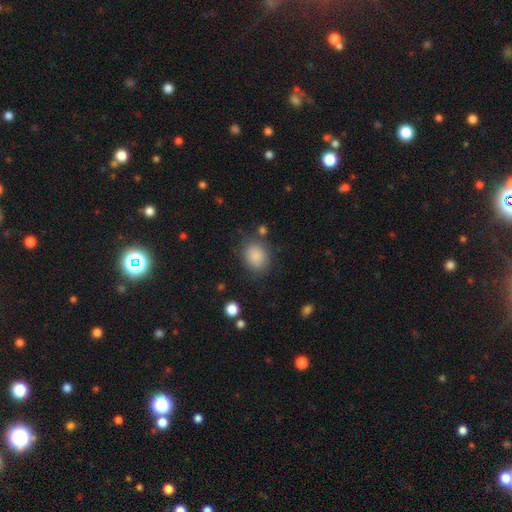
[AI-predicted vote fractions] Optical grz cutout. It shows a smooth galaxy with no disk features (86%) that is round (54%). Merging: none (76%).